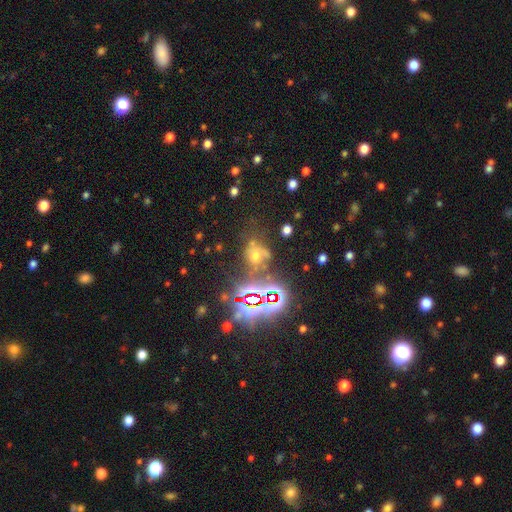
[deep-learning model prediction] smooth-or-featured: star or artifact: 61% | smooth: 24% | featured or disk: 14%